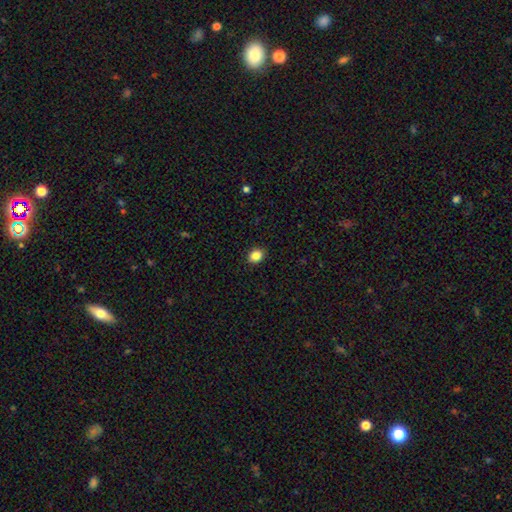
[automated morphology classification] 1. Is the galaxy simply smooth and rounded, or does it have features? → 86% smooth, 10% star or artifact, 4% featured or disk.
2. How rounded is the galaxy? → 54% in between, 45% round, 1% cigar-shaped.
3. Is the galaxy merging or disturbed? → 91% none, 7% minor disturbance, 2% major disturbance, 1% merger.